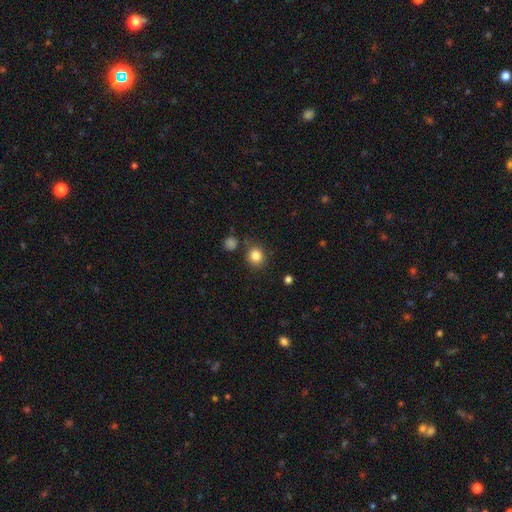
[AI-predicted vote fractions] The model was most divided on "how rounded": round: 84%, in between: 16%, cigar-shaped: 1%. More confident: smooth or featured — smooth (84%); merging — none (81%).